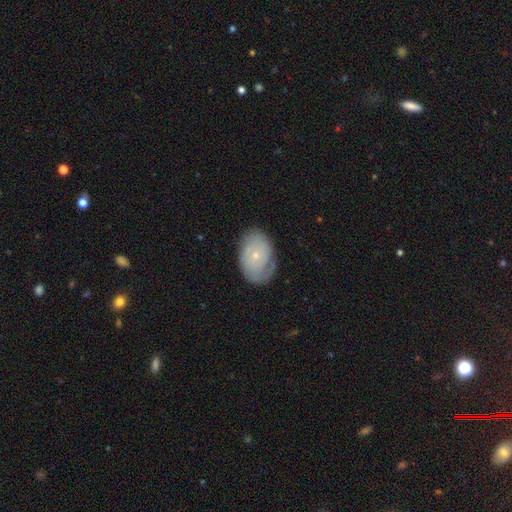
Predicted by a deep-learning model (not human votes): Overall: featured or disk (51%; smooth 42%). Edge-on disk: no (95%). Merging: none (72%).